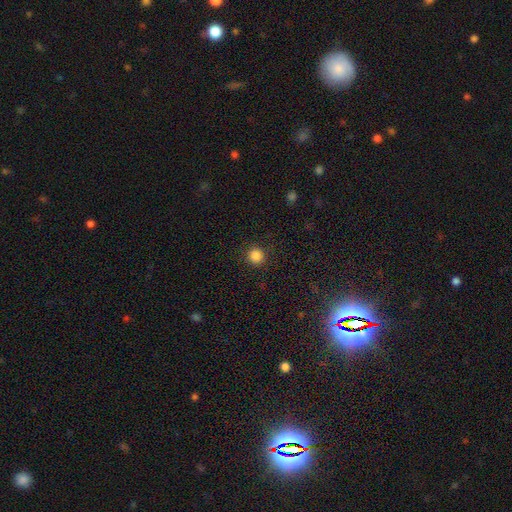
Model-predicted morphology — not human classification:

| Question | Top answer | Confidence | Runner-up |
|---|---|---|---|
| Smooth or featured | smooth | 86% | star or artifact (11%) |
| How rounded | round | 93% | in between (6%) |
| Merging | none | 90% | minor disturbance (6%) |